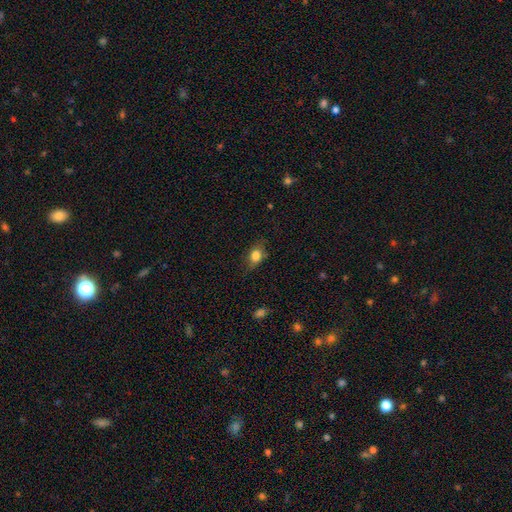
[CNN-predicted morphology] Q: Smooth or featured?
A: smooth (81%); runner-up: featured or disk (10%)
Q: How rounded?
A: in between (70%); runner-up: round (27%)
Q: Merging?
A: none (69%); runner-up: minor disturbance (24%)